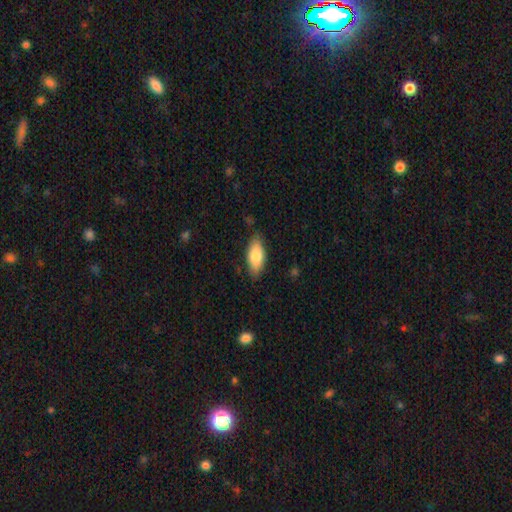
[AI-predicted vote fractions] Smooth or featured: smooth — 81% (featured or disk — 13%)
How rounded: in between — 85% (cigar-shaped — 12%)
Merging: none — 81% (minor disturbance — 15%)